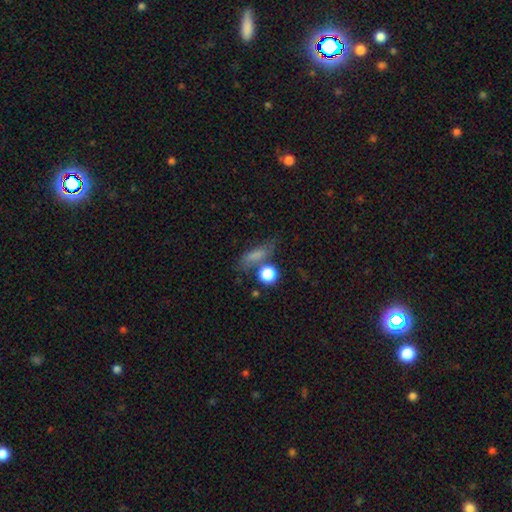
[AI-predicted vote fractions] Smooth or featured?
  - smooth: 71% *
  - featured or disk: 15%
  - star or artifact: 14%
How rounded?
  - in between: 44% *
  - cigar-shaped: 36%
  - round: 20%
Merging?
  - none: 56% *
  - minor disturbance: 20%
  - merger: 14%
  - major disturbance: 11%